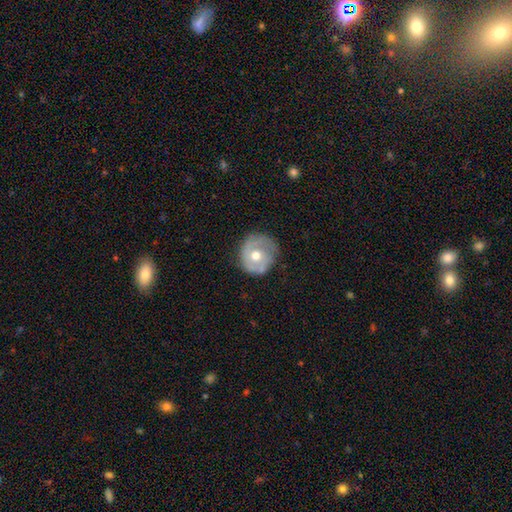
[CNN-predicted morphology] A featured or disk galaxy (52%) with no bar (82%), spiral arms (57%) and a moderate central bulge (79%). Merging: none (67%).